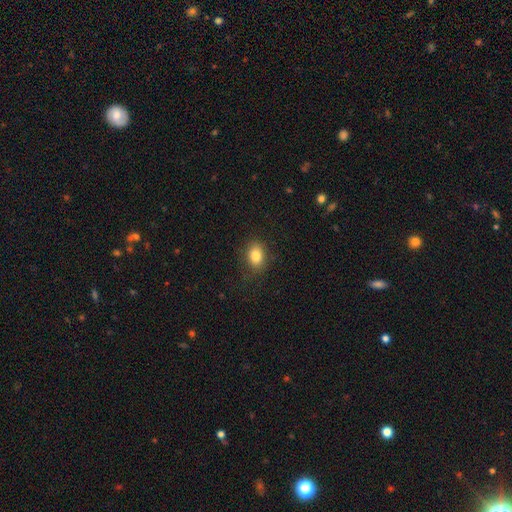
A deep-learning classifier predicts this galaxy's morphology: Smooth or featured? Predicted: smooth (p=0.83). How rounded? Predicted: in between (p=0.68). Merging? Predicted: none (p=0.84).